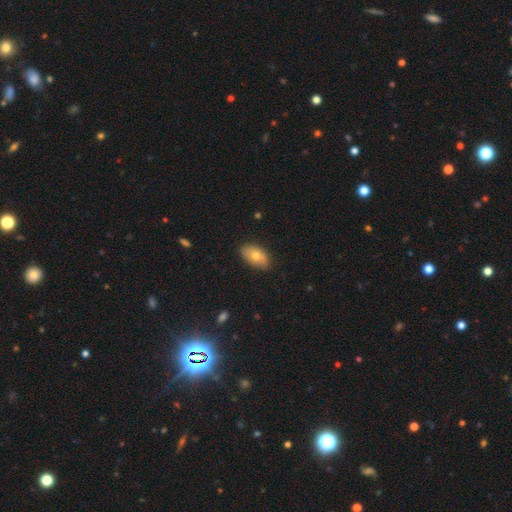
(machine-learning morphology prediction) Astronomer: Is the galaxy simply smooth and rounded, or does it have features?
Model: smooth — 71%.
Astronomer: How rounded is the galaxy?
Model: in between — 92%.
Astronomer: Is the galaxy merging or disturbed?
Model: none — 83%.